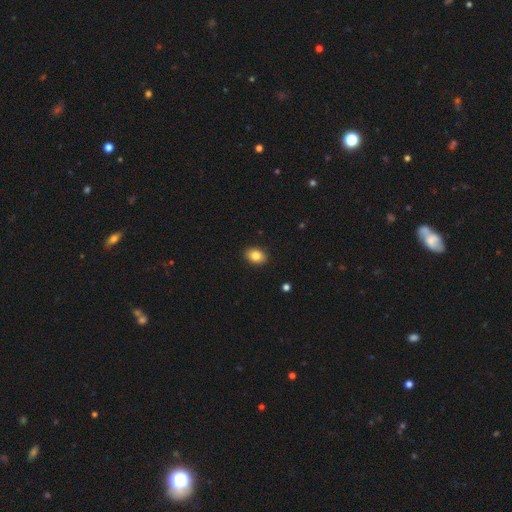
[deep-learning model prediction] smooth 85%, star or artifact 8%, featured or disk 7%. Down the decision tree: how rounded — in between (76%); merging — none (90%).